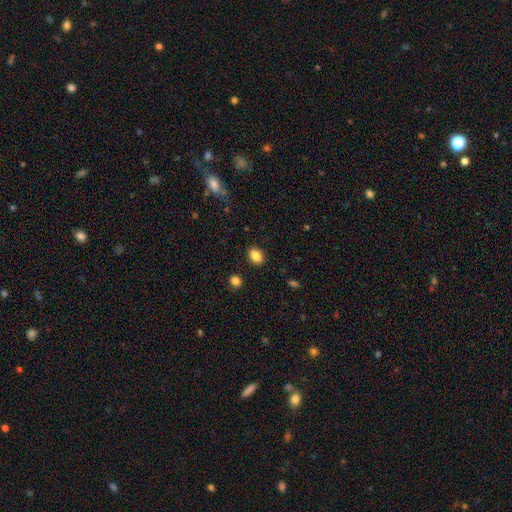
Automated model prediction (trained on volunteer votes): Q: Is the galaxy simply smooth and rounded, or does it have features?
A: smooth — 87%.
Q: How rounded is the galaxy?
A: in between — 77%.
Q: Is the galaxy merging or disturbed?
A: none — 87%.